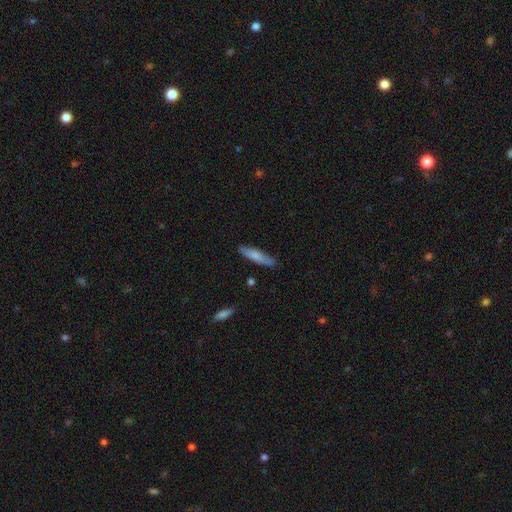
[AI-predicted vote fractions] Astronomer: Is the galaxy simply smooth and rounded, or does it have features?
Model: smooth — 71%.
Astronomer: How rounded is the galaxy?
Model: cigar-shaped — 84%.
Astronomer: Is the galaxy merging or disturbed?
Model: none — 81%.